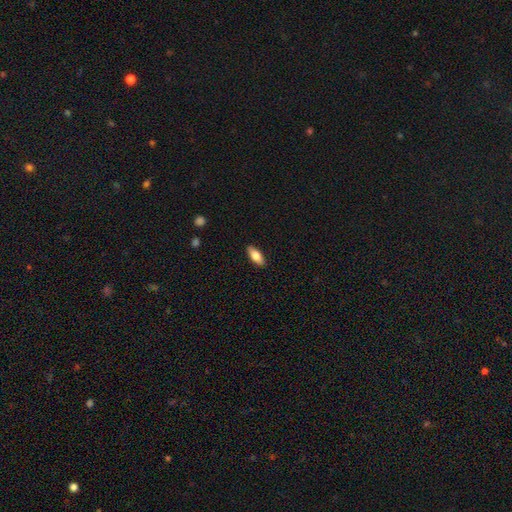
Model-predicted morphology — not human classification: type=smooth (77%); roundness=in between (79%); merging=none (89%).